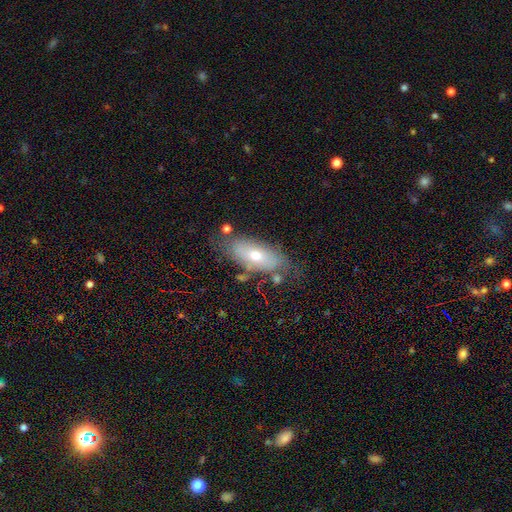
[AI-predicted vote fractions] smooth-or-featured: smooth: 55% | featured or disk: 37% | star or artifact: 8%
  how-rounded: in between: 80% | cigar-shaped: 16% | round: 3%
  merging: none: 66% | minor disturbance: 20% | major disturbance: 7% | merger: 6%